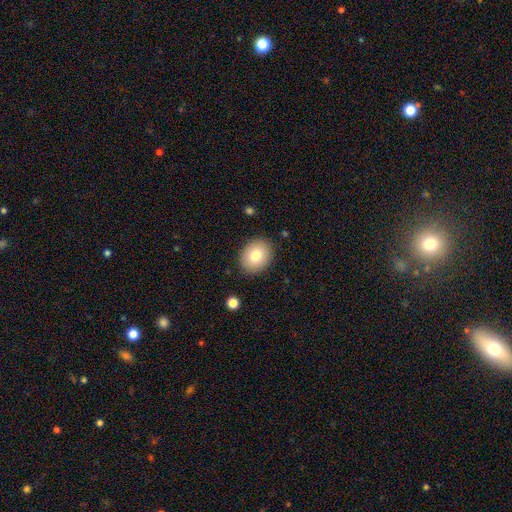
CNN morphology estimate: Smooth or featured? smooth (78%)
How rounded? round (50%)
Merging? none (87%)